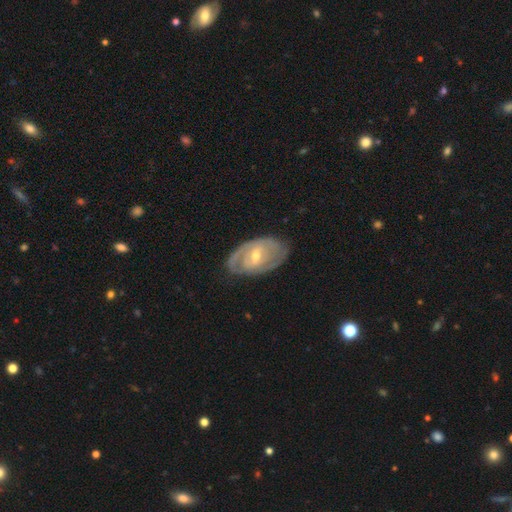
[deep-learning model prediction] The model was most divided on "bulge size": moderate: 52%, small: 45%, large: 2%, none: 1%, dominant: 1%. Remaining: edge-on disk — no (94%); spiral arms — yes (83%); smooth or featured — featured or disk (78%); merging — none (74%); spiral winding — tight (61%); spiral arm count — 2 (52%); bar — weak (48%).